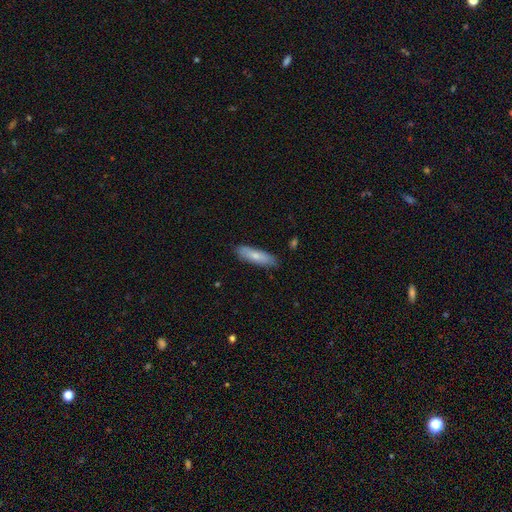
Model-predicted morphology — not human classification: Smooth or featured: smooth — 73% (featured or disk — 22%)
How rounded: cigar-shaped — 64% (in between — 35%)
Merging: none — 85% (minor disturbance — 12%)